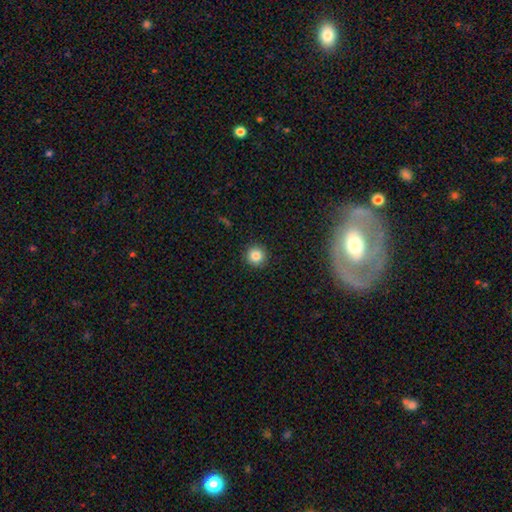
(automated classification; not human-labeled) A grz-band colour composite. It shows a smooth galaxy with no disk features (84%) that is round (95%). Merging: none (92%).